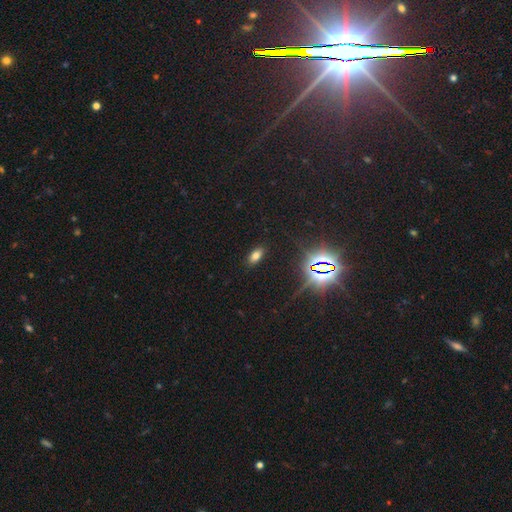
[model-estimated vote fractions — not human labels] Morphology: type=smooth (68%); roundness=in between (88%); merging=none (88%).